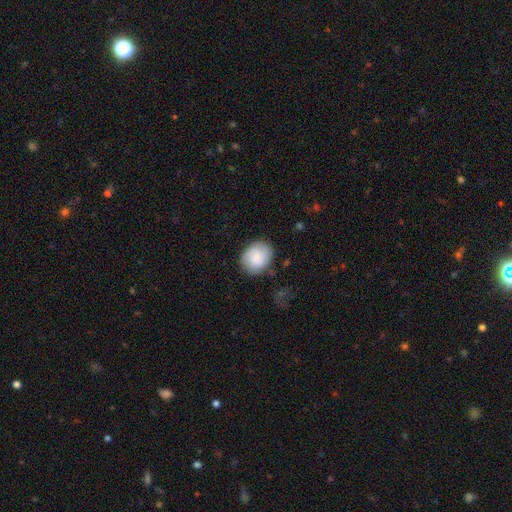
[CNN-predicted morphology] Smooth or featured? Predicted: smooth (p=0.61). How rounded? Predicted: round (p=0.60). Merging? Predicted: none (p=0.77).